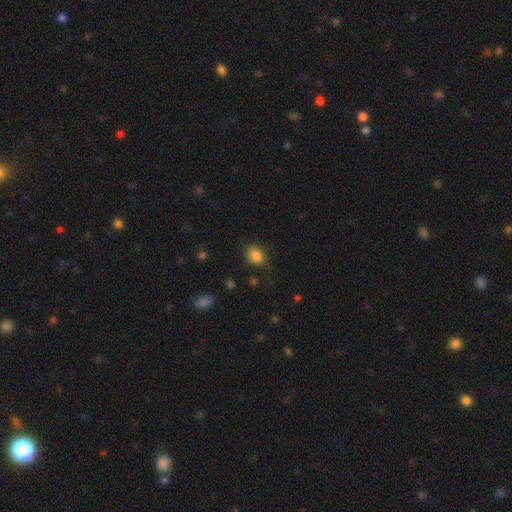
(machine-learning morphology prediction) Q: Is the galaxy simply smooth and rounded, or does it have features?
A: smooth — 85%.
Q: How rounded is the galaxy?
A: in between — 64%.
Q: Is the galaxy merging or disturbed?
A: none — 69%.